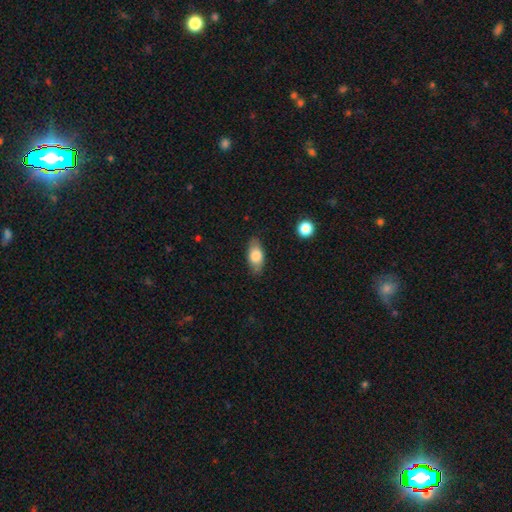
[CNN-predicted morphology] This appears to be a smooth galaxy with no disk features (76%) that is in between round and cigar-shaped (86%). Merging: none (81%).